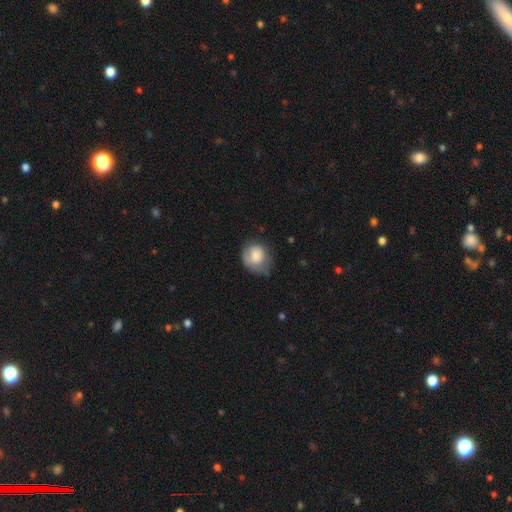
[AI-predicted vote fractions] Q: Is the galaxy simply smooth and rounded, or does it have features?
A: smooth — 72%.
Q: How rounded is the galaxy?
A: round — 72%.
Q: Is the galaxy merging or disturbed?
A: none — 46%.